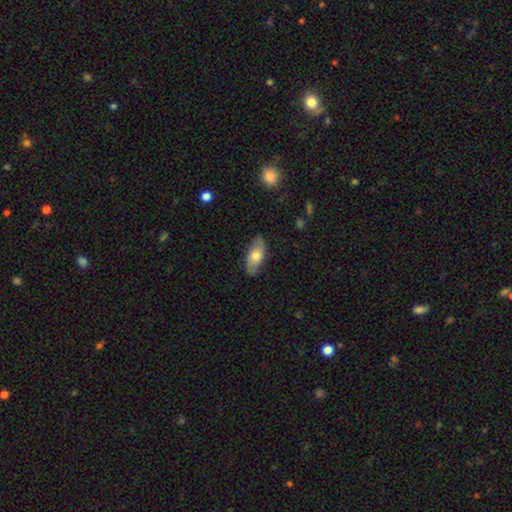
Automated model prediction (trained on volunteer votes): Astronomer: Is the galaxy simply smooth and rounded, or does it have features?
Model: smooth — 63%.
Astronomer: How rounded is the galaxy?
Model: in between — 87%.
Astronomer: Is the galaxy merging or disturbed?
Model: none — 82%.